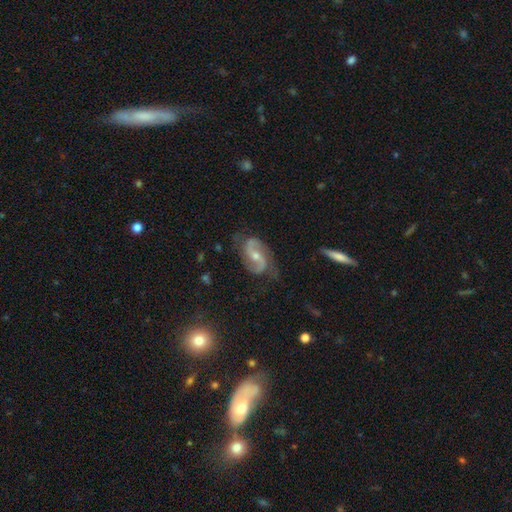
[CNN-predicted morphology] smooth-or-featured: featured or disk: 90% | smooth: 5% | star or artifact: 5%
  disk-edge-on: no: 97% | yes: 3%
    bar: no: 44% | weak: 40% | strong: 16%
    has-spiral-arms: yes: 98% | no: 2%
      spiral-winding: medium: 49% | loose: 35% | tight: 16%
      spiral-arm-count: 2: 93% | can't tell: 2% | 1: 1% | 3: 1% | 4: 1% | more than 4: 1%
    bulge-size: moderate: 51% | small: 44% | none: 2% | large: 2% | dominant: 1%
  merging: none: 77% | minor disturbance: 16% | major disturbance: 6% | merger: 1%